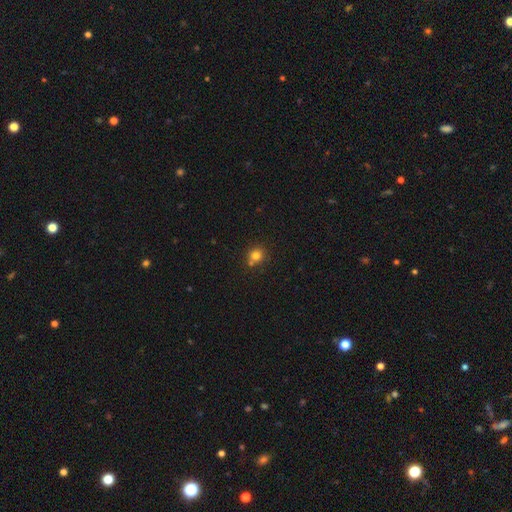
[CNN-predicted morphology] Smooth or featured: smooth — 79% (star or artifact — 14%)
How rounded: round — 89% (in between — 10%)
Merging: none — 70% (merger — 16%)